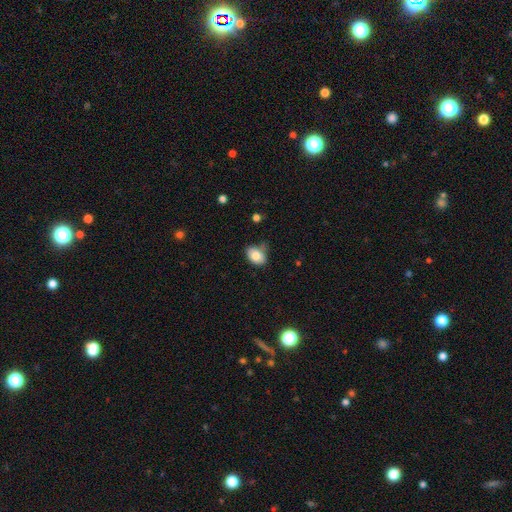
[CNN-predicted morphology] Q: Smooth or featured?
A: smooth (81%); runner-up: featured or disk (10%)
Q: How rounded?
A: in between (73%); runner-up: round (26%)
Q: Merging?
A: none (53%); runner-up: minor disturbance (34%)